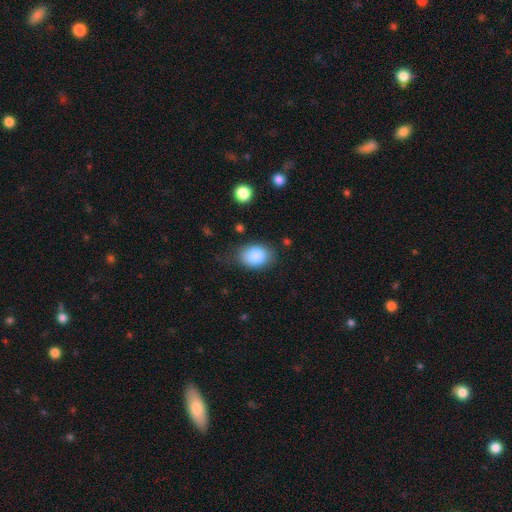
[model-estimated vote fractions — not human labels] Smooth or featured? Predicted: smooth (p=0.87). How rounded? Predicted: in between (p=0.77). Merging? Predicted: none (p=0.71).